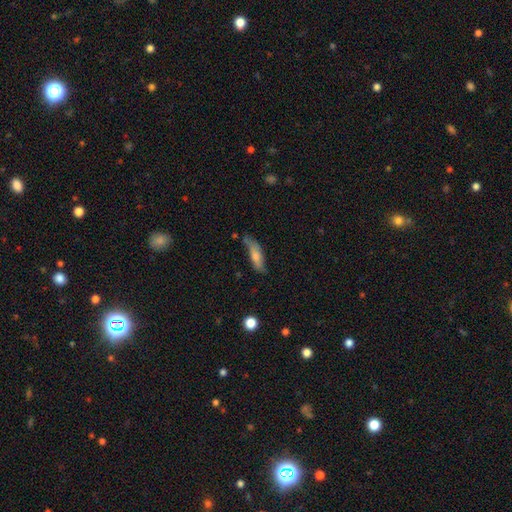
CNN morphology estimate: smooth_or_featured: smooth (p=0.67) [alt: featured or disk p=0.26]
how_rounded: cigar-shaped (p=0.52) [alt: in between p=0.46]
merging: none (p=0.46) [alt: minor disturbance p=0.34]